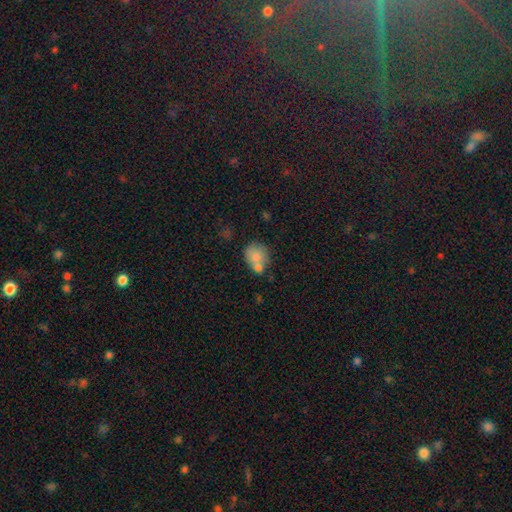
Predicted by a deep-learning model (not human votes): Smooth or featured? Predicted: smooth (p=0.76). How rounded? Predicted: round (p=0.66). Merging? Predicted: merger (p=0.40).